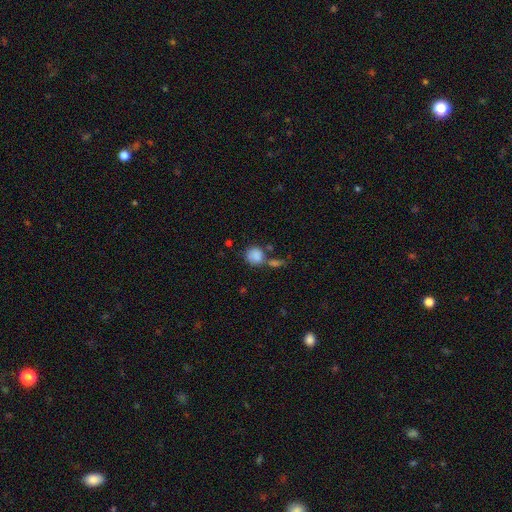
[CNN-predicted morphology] Smooth or featured? smooth (85%)
How rounded? round (83%)
Merging? none (51%)